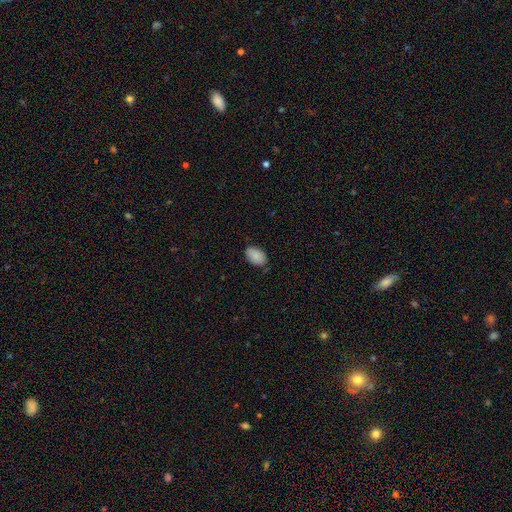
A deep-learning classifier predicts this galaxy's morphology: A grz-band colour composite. It shows a smooth galaxy with no disk features (89%) that is in between round and cigar-shaped (91%). Merging: none (77%).